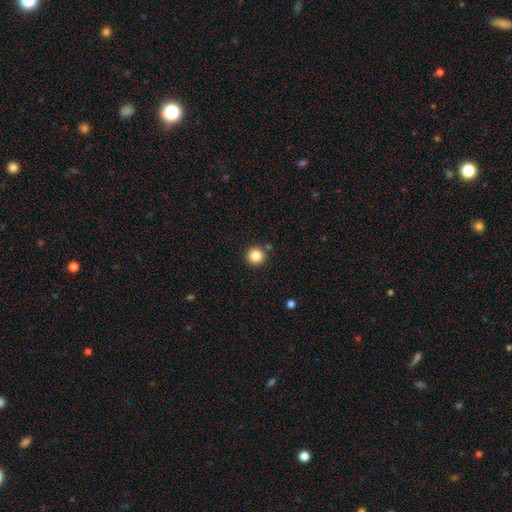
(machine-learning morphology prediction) This appears to be a smooth galaxy with no disk features (85%) that is round (96%). Merging: none (90%).